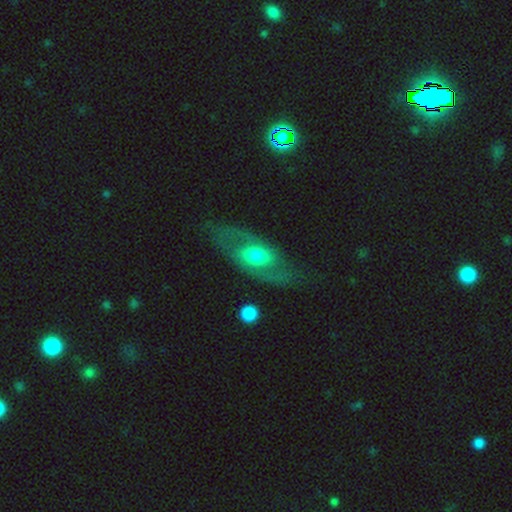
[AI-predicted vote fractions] A featured or disk galaxy (72%) with no bar (71%), spiral arms (64%) and a moderate central bulge (62%).

Vote fractions:
- Smooth or featured? featured or disk: 72% / smooth: 23% / star or artifact: 6%
- Edge-on disk? no: 85% / yes: 15%
- Bar? no: 71% / weak: 22% / strong: 7%
- Spiral arms? yes: 64% / no: 36%
- Bulge size? moderate: 62% / large: 24% / small: 11% / dominant: 2% / none: 2%
- Merging? none: 74% / minor disturbance: 14% / major disturbance: 9% / merger: 2%